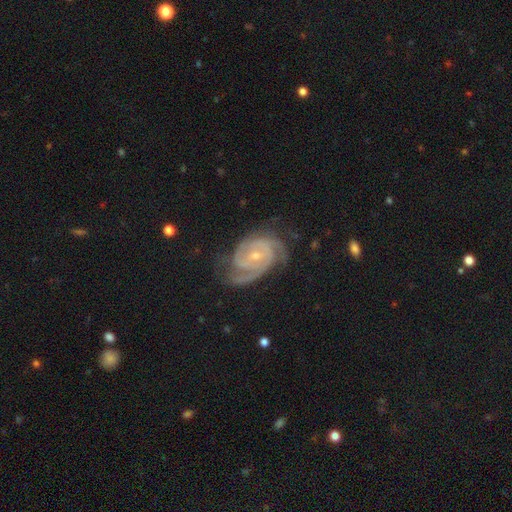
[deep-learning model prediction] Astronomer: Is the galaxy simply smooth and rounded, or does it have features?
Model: featured or disk — 91%.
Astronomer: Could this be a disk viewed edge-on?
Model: no — 97%.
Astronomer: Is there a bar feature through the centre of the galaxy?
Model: no — 49% (runner-up: weak, 38%).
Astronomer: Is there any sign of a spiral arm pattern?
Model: yes — 98%.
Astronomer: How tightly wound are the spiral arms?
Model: tight — 68%.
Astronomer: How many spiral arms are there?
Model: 3 — 36% (runner-up: 2, 35%).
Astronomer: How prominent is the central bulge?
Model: small — 65%.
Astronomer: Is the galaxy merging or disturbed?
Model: none — 70%.